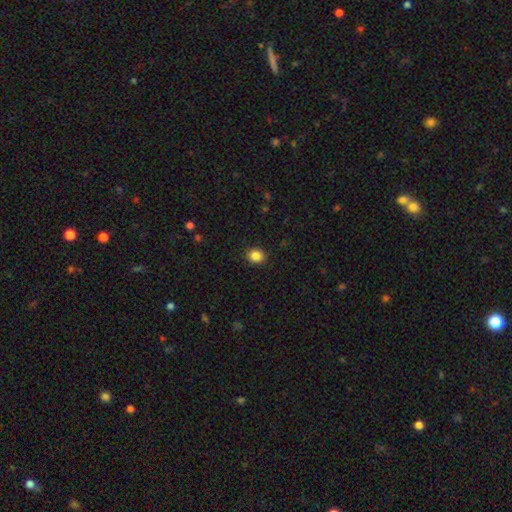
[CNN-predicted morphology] type=smooth (86%); roundness=round (66%); merging=none (91%).